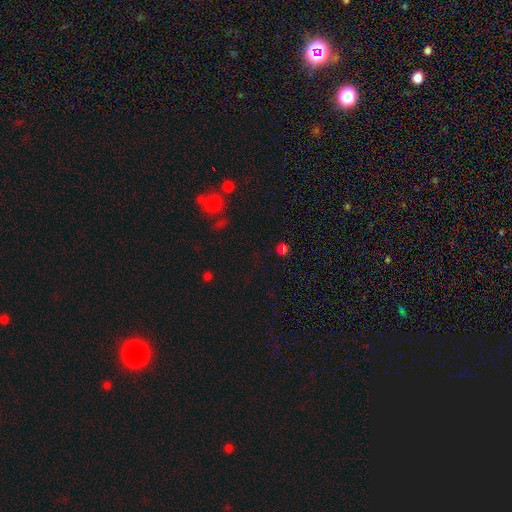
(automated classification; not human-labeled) A smooth galaxy with no disk features (47%).

Vote fractions:
- Smooth or featured? smooth: 47% / star or artifact: 45% / featured or disk: 8%
- Merging? none: 75% / minor disturbance: 11% / merger: 9% / major disturbance: 6%